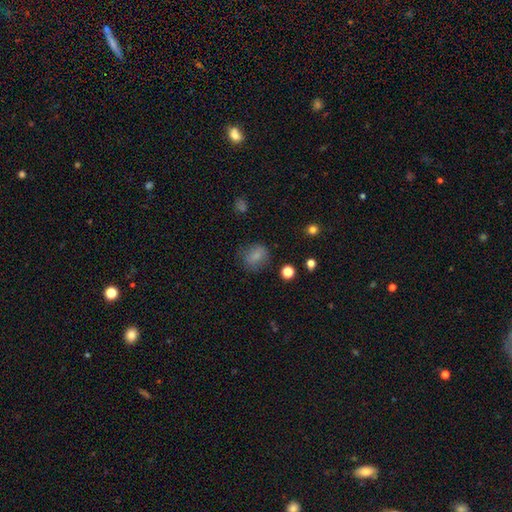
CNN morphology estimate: Overall: smooth (78%). How rounded: round (57%; in between 41%). Merging: none (74%).